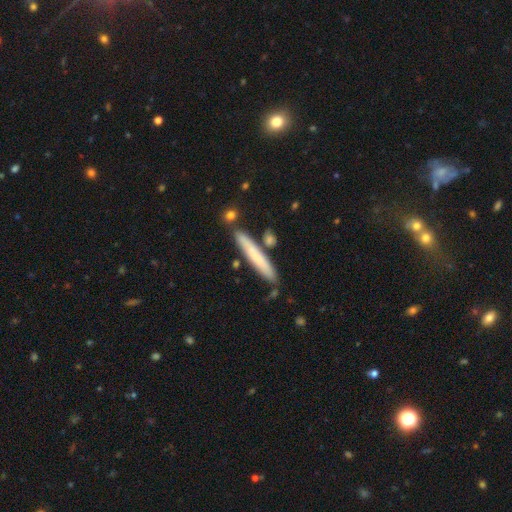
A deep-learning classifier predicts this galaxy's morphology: Q: Smooth or featured?
A: smooth (67%); runner-up: featured or disk (27%)
Q: How rounded?
A: cigar-shaped (94%); runner-up: in between (4%)
Q: Merging?
A: none (81%); runner-up: minor disturbance (11%)